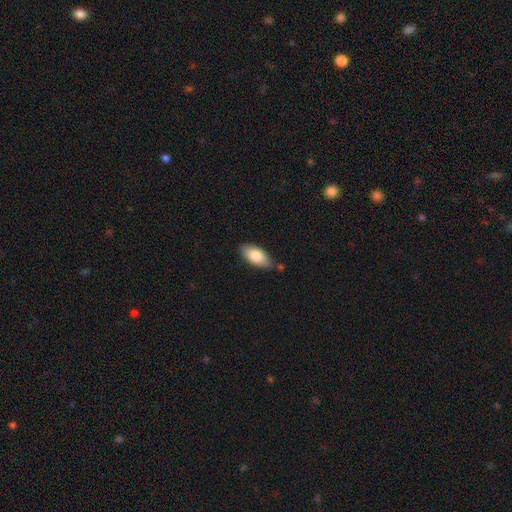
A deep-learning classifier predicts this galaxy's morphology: A smooth galaxy with no disk features (83%) that is in between round and cigar-shaped (91%).

Vote fractions:
- Smooth or featured? smooth: 83% / featured or disk: 11% / star or artifact: 6%
- How rounded? in between: 91% / cigar-shaped: 7% / round: 2%
- Merging? none: 77% / minor disturbance: 16% / merger: 4% / major disturbance: 3%